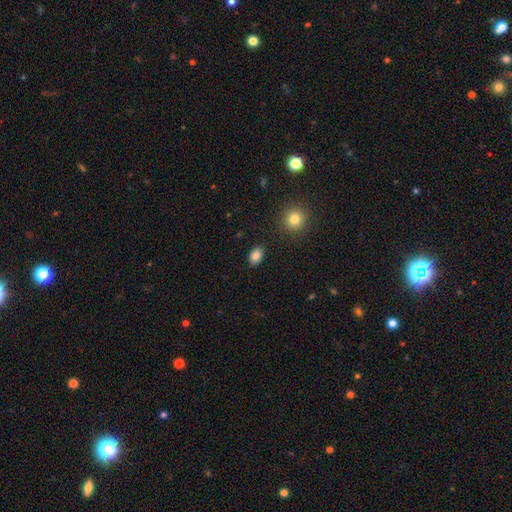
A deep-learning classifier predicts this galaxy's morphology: Overall: smooth (85%). How rounded: in between (84%). Merging: none (88%).